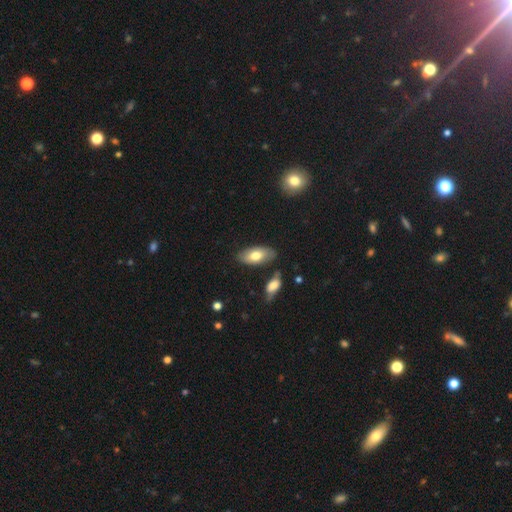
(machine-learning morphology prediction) A smooth galaxy with no disk features (73%) that is in between round and cigar-shaped (90%). Merging: none (77%).